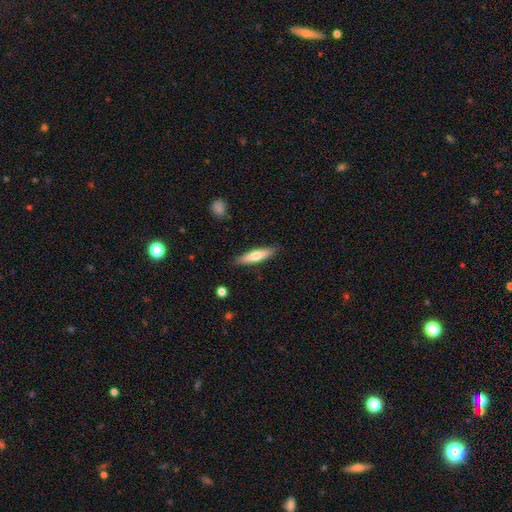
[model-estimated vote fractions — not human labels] Morphology: type=smooth (61%); roundness=cigar-shaped (79%); merging=none (89%).